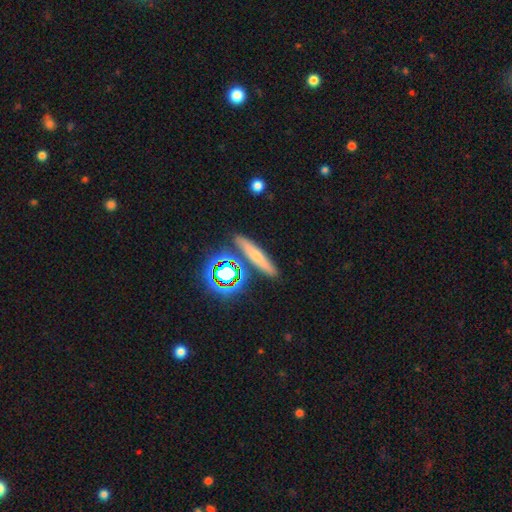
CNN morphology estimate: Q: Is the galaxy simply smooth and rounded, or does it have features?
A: smooth — 50%.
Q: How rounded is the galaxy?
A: cigar-shaped — 69%.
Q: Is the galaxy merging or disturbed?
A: none — 82%.